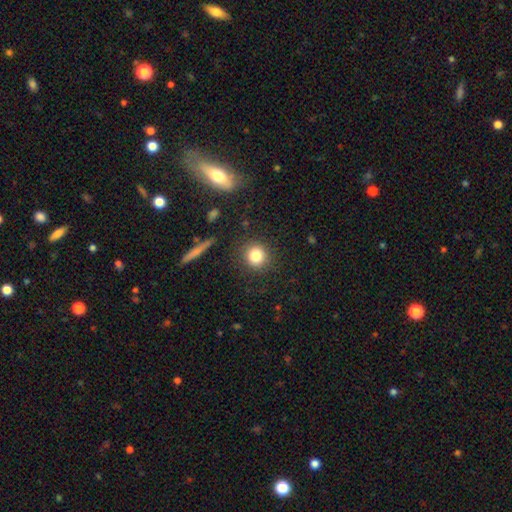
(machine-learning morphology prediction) Overall: smooth (82%). How rounded: round (90%). Merging: none (89%).